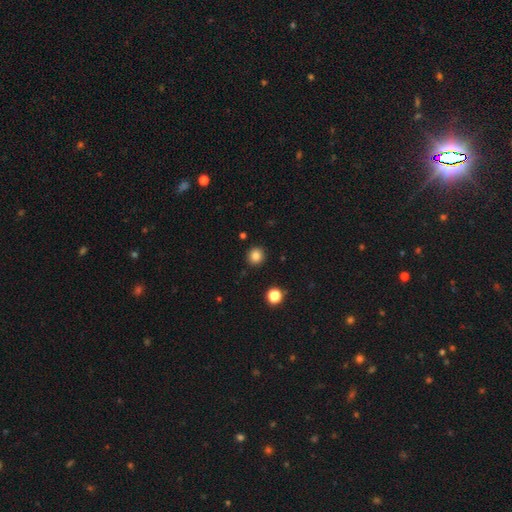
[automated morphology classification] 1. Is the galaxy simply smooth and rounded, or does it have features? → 83% smooth, 12% star or artifact, 5% featured or disk.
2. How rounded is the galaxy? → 91% round, 9% in between, 1% cigar-shaped.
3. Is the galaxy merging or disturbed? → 91% none, 6% minor disturbance, 2% major disturbance, 2% merger.